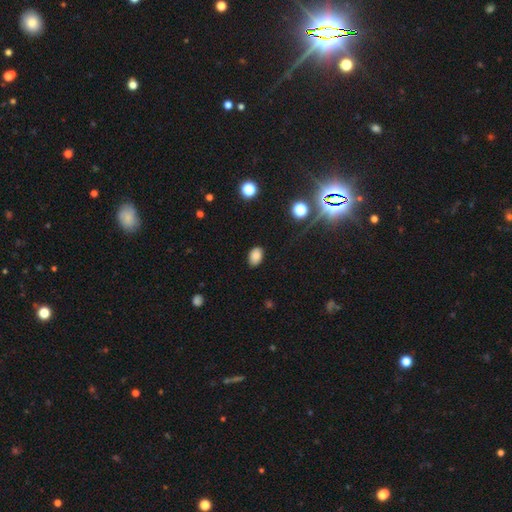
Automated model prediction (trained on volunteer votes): A smooth galaxy with no disk features (84%) that is in between round and cigar-shaped (82%). Merging: none (85%).